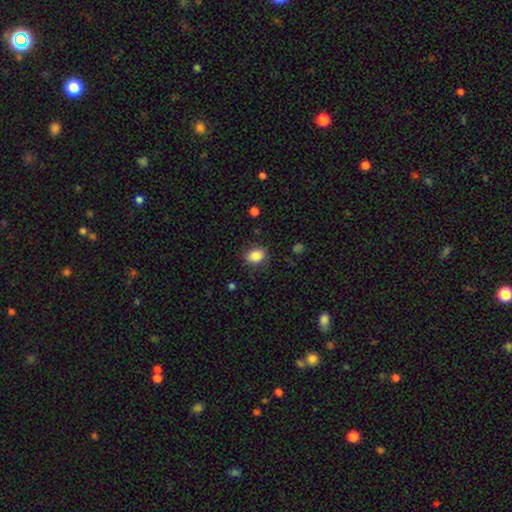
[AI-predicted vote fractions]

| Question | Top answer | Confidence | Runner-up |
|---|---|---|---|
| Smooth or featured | smooth | 87% | star or artifact (9%) |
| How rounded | in between | 62% | round (37%) |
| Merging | none | 82% | minor disturbance (13%) |